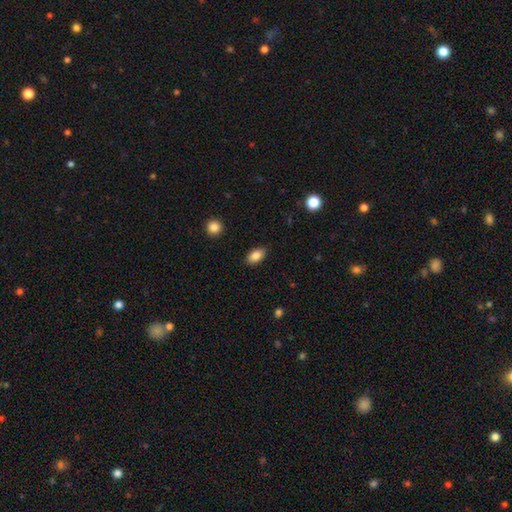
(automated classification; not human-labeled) Smooth or featured?
  - smooth: 85% *
  - star or artifact: 8%
  - featured or disk: 7%
How rounded?
  - in between: 90% *
  - round: 8%
  - cigar-shaped: 2%
Merging?
  - none: 87% *
  - minor disturbance: 9%
  - major disturbance: 2%
  - merger: 1%